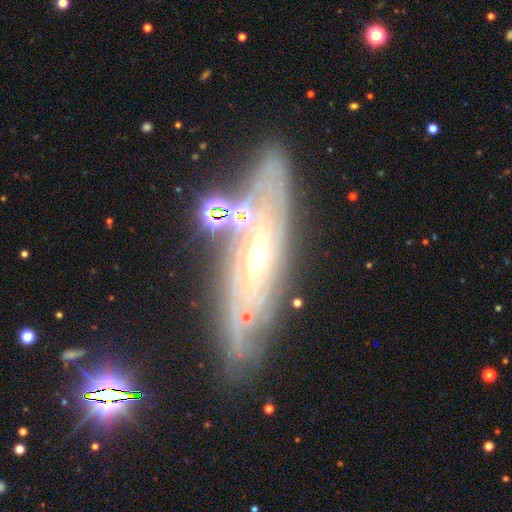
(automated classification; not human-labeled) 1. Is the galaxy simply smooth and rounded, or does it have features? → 80% featured or disk, 11% smooth, 9% star or artifact.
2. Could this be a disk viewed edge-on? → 64% no, 36% yes.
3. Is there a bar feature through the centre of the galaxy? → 51% no, 34% weak, 15% strong.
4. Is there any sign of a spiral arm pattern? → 84% yes, 16% no.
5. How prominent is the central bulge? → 48% small, 45% moderate, 4% large, 2% none, 1% dominant.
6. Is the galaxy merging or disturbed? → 74% none, 14% minor disturbance, 7% merger, 5% major disturbance.